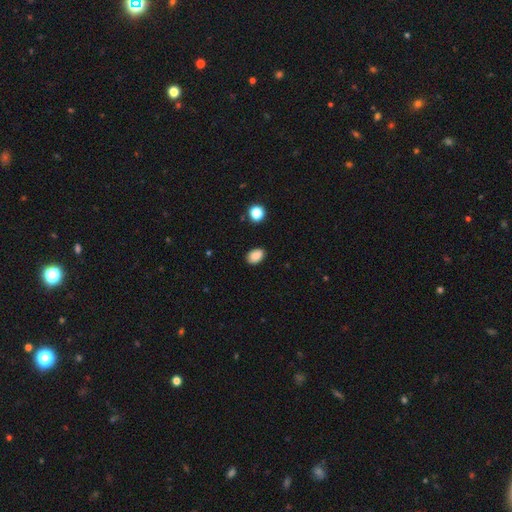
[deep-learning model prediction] Smooth or featured?
  - smooth: 87% *
  - star or artifact: 10%
  - featured or disk: 3%
How rounded?
  - in between: 80% *
  - round: 19%
  - cigar-shaped: 1%
Merging?
  - none: 87% *
  - minor disturbance: 9%
  - major disturbance: 2%
  - merger: 1%